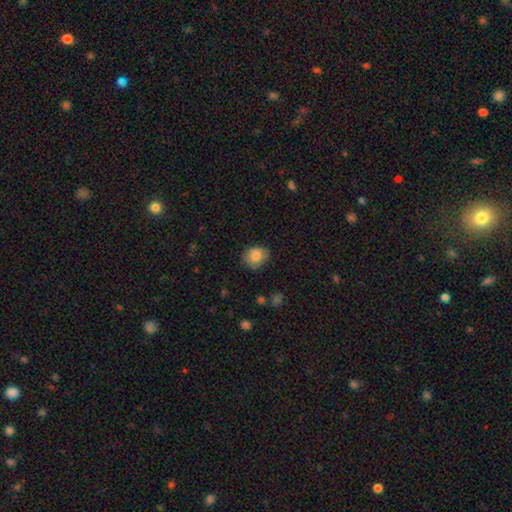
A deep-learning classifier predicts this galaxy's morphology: This appears to be a smooth galaxy with no disk features (84%) that is round (53%). Merging: none (72%).